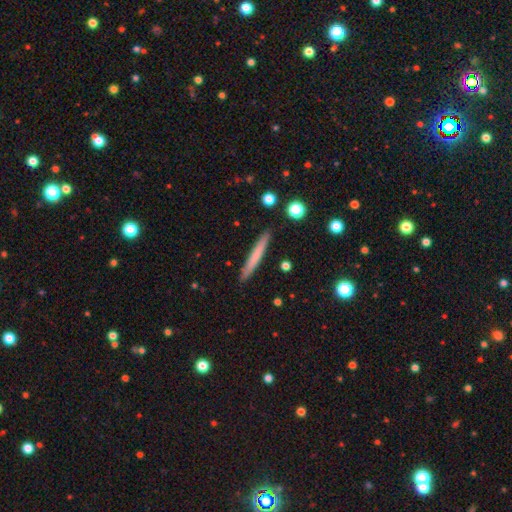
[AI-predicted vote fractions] Morphology: type=smooth (66%); roundness=cigar-shaped (97%); merging=none (91%).